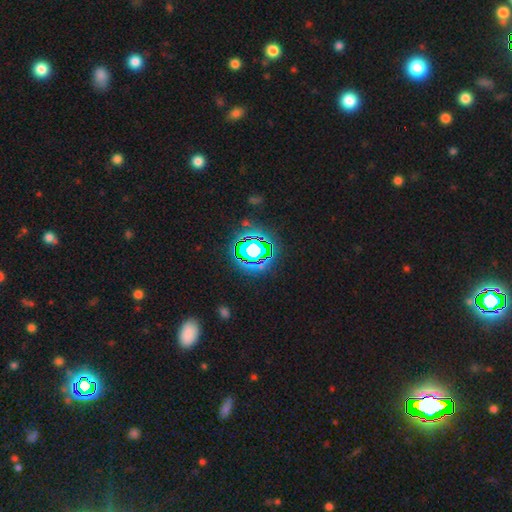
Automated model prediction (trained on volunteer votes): A star or artifact, not a galaxy (77%).

Vote fractions:
- Smooth or featured? star or artifact: 77% / smooth: 15% / featured or disk: 8%